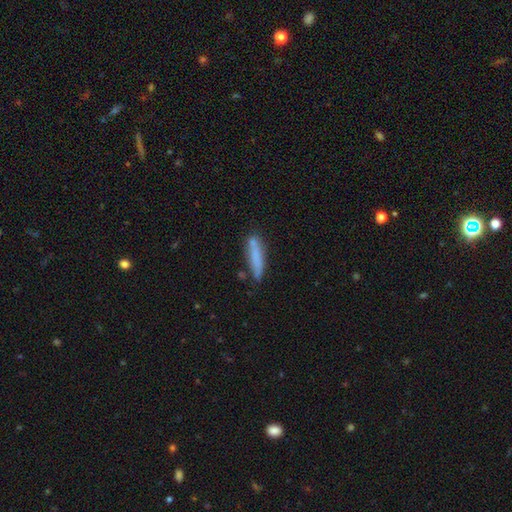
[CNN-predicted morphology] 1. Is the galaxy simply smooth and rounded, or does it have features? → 72% smooth, 20% featured or disk, 8% star or artifact.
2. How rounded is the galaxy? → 85% cigar-shaped, 13% in between, 2% round.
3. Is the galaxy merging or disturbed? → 67% none, 20% minor disturbance, 8% merger, 5% major disturbance.